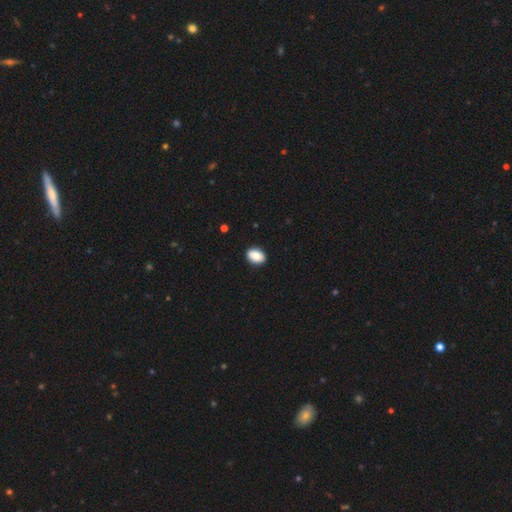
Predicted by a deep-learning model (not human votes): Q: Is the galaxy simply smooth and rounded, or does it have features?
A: smooth — 90%.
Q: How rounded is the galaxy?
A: in between — 83%.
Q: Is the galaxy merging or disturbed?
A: none — 90%.